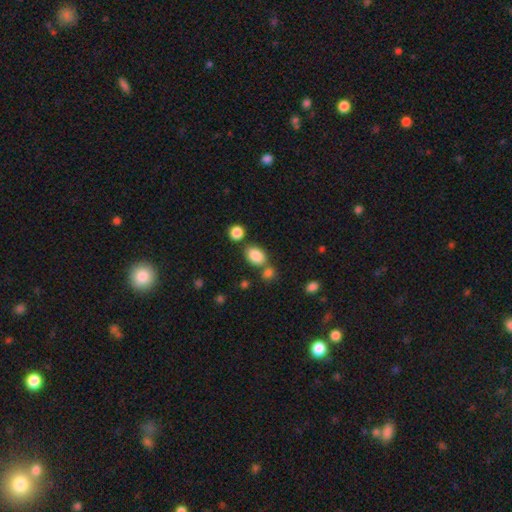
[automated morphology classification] Smooth or featured? Predicted: smooth (p=0.86). How rounded? Predicted: in between (p=0.82). Merging? Predicted: none (p=0.66).